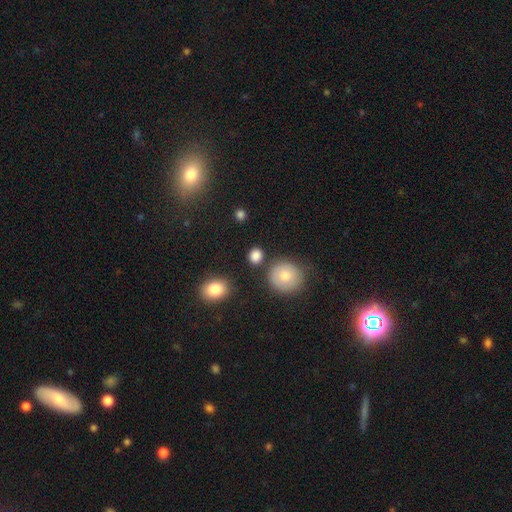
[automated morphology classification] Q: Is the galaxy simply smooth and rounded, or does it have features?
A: smooth — 85%.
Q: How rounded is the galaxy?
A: round — 68%.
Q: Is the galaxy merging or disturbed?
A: none — 81%.